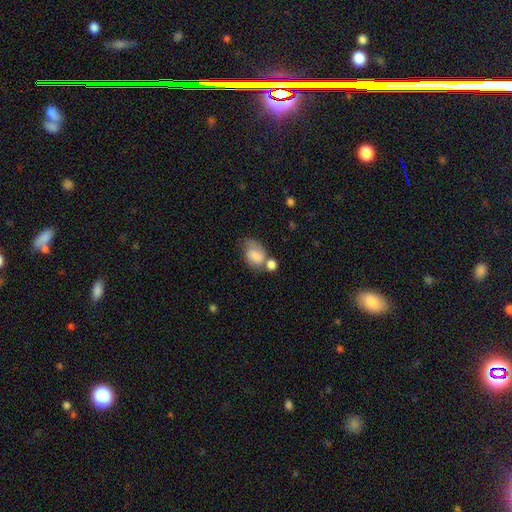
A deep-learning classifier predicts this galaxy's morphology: Overall: smooth (66%; featured or disk 26%). How rounded: in between (73%). Merging: merger (32%; none 30%).